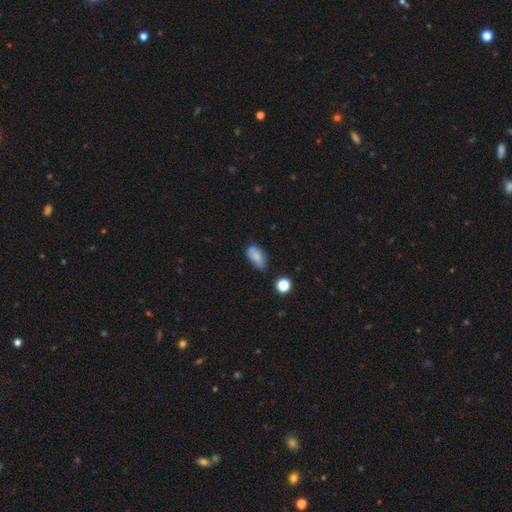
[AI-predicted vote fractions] Q: Smooth or featured?
A: smooth (80%); runner-up: featured or disk (10%)
Q: How rounded?
A: in between (88%); runner-up: round (6%)
Q: Merging?
A: none (52%); runner-up: minor disturbance (33%)